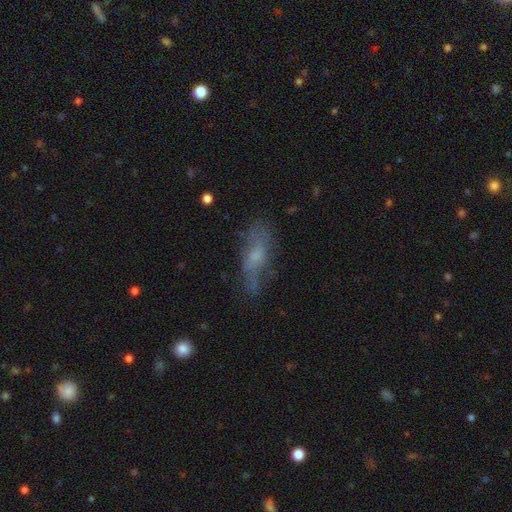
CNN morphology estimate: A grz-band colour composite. It shows a featured or disk galaxy (47%). Merging: none (59%).